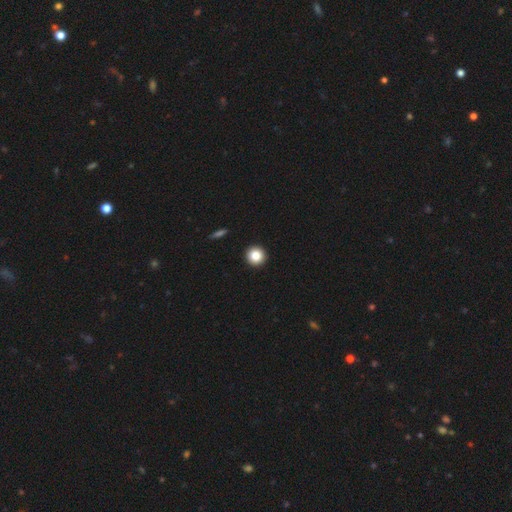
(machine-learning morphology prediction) Q: Smooth or featured?
A: smooth (84%); runner-up: star or artifact (10%)
Q: How rounded?
A: round (95%); runner-up: in between (4%)
Q: Merging?
A: none (94%); runner-up: minor disturbance (4%)